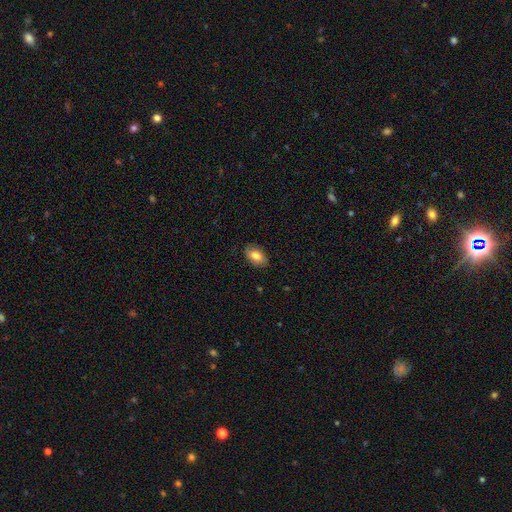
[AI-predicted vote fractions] This is clearly a smooth galaxy (82%). How rounded: clearly in between (90%). Merging: clearly none (84%).